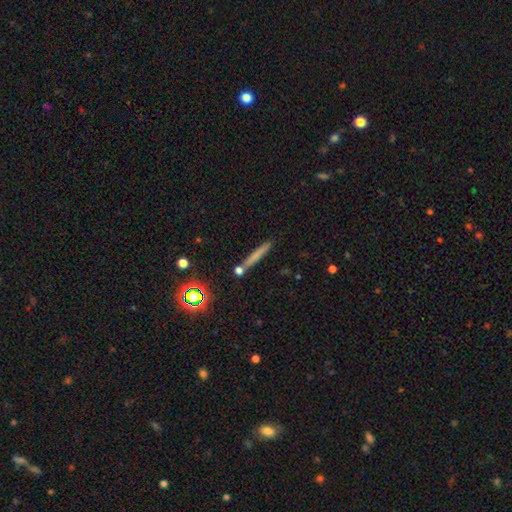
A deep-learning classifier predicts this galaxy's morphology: smooth-or-featured: smooth: 62% | featured or disk: 25% | star or artifact: 14%
  how-rounded: cigar-shaped: 93% | in between: 4% | round: 3%
  merging: none: 80% | minor disturbance: 10% | merger: 8% | major disturbance: 3%